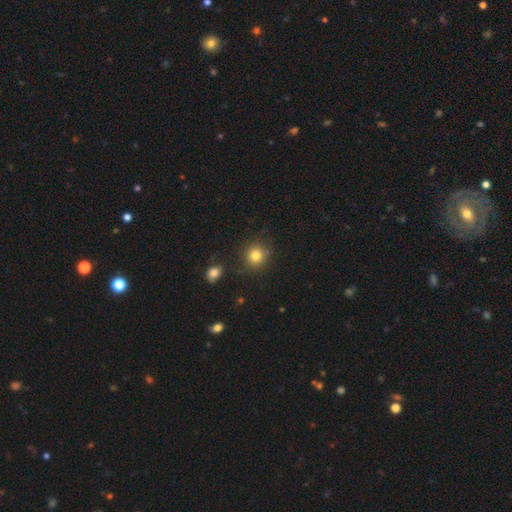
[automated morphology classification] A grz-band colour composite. It shows a smooth galaxy with no disk features (81%) that is round (88%). Merging: none (83%).